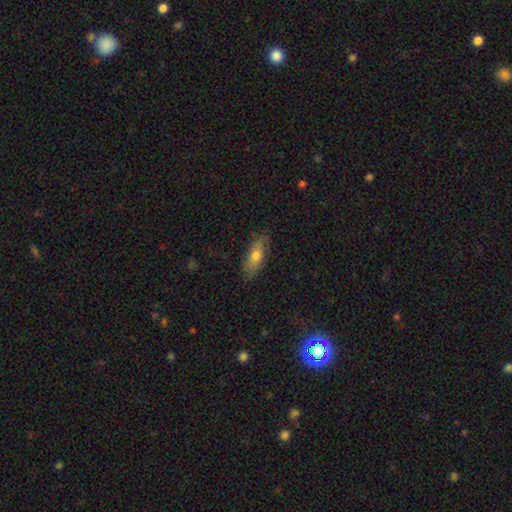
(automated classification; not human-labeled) The model was most divided on "smooth or featured": smooth: 64%, featured or disk: 28%, star or artifact: 7%. More confident: merging — none (79%); how rounded — in between (71%).